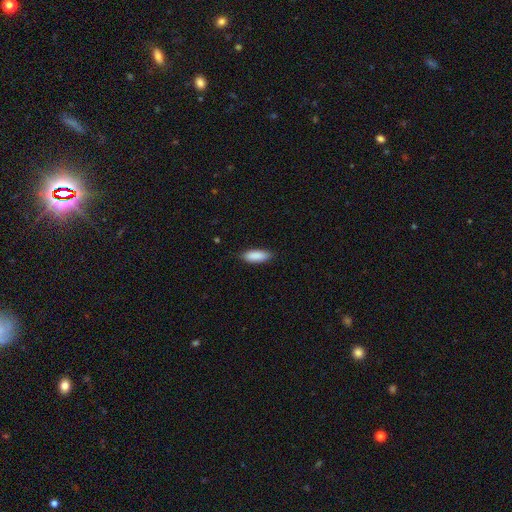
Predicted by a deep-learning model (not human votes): Smooth or featured?
  - smooth: 90% *
  - star or artifact: 6%
  - featured or disk: 5%
How rounded?
  - in between: 70% *
  - cigar-shaped: 28%
  - round: 2%
Merging?
  - none: 86% *
  - minor disturbance: 11%
  - major disturbance: 2%
  - merger: 1%